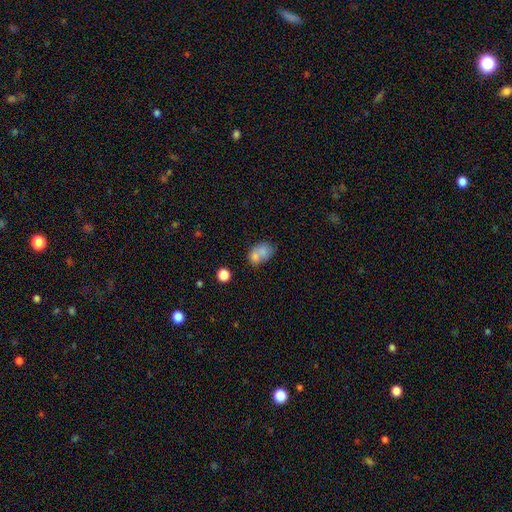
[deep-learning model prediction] This appears to be a smooth galaxy with no disk features (72%) that is in between round and cigar-shaped (64%). Merging: merger (52%).